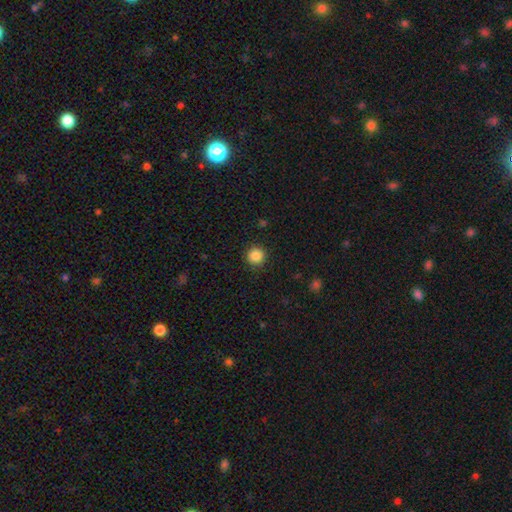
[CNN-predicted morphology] Smooth or featured: smooth — 86% (star or artifact — 11%)
How rounded: round — 95% (in between — 4%)
Merging: none — 91% (minor disturbance — 6%)